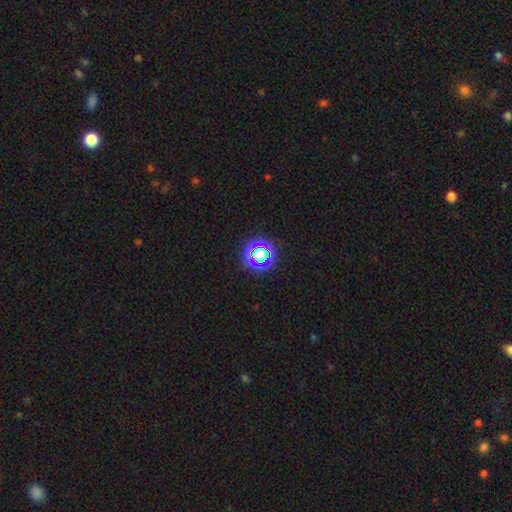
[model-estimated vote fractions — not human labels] Overall: star or artifact (56%; smooth 32%).